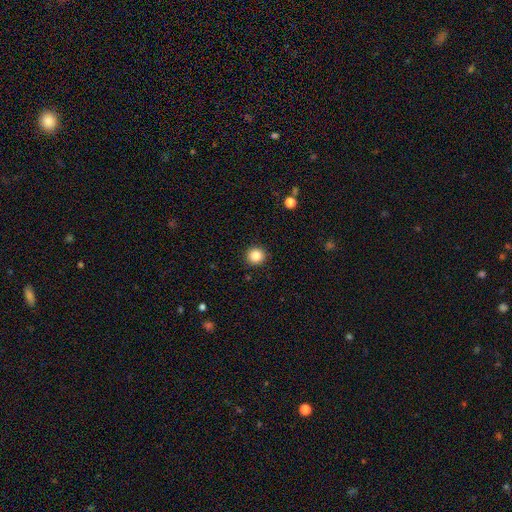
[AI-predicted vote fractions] smooth-or-featured: smooth: 85% | star or artifact: 10% | featured or disk: 5%
  how-rounded: round: 94% | in between: 5% | cigar-shaped: 1%
  merging: none: 92% | minor disturbance: 5% | major disturbance: 2% | merger: 1%